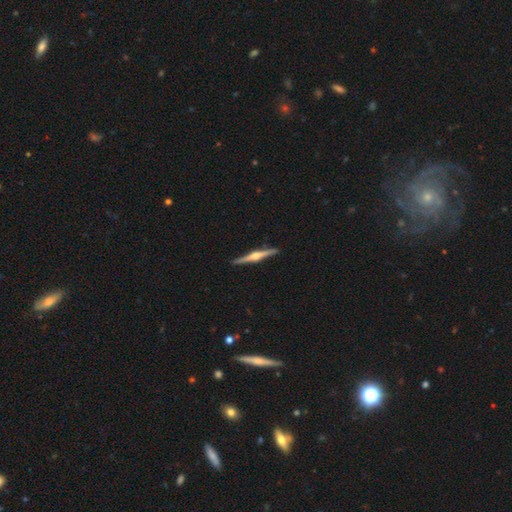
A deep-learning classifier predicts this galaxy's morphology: Q: Smooth or featured?
A: featured or disk (82%); runner-up: smooth (14%)
Q: Edge-on disk?
A: yes (99%); runner-up: no (1%)
Q: Edge-on bulge?
A: rounded (93%); runner-up: boxy (4%)
Q: Merging?
A: none (92%); runner-up: minor disturbance (6%)